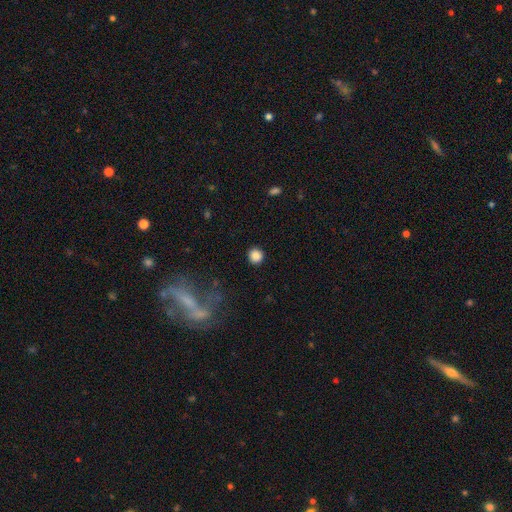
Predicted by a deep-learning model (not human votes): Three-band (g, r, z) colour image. It shows a smooth galaxy with no disk features (86%) that is round (93%). Merging: none (92%).